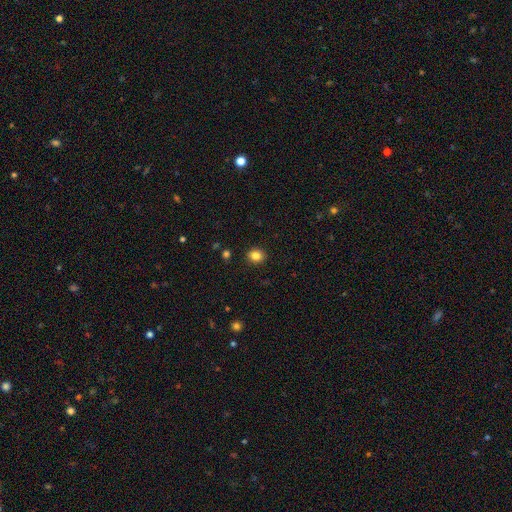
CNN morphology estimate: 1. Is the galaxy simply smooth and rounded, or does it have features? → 83% smooth, 11% star or artifact, 5% featured or disk.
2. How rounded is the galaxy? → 69% round, 30% in between, 1% cigar-shaped.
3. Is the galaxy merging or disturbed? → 90% none, 7% minor disturbance, 2% major disturbance, 1% merger.